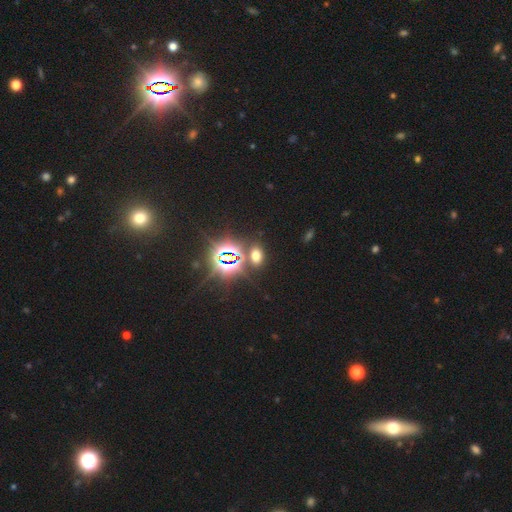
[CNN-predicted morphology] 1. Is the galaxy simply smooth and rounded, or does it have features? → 47% smooth, 46% star or artifact, 8% featured or disk.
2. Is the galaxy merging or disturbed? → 79% none, 9% minor disturbance, 8% merger, 4% major disturbance.